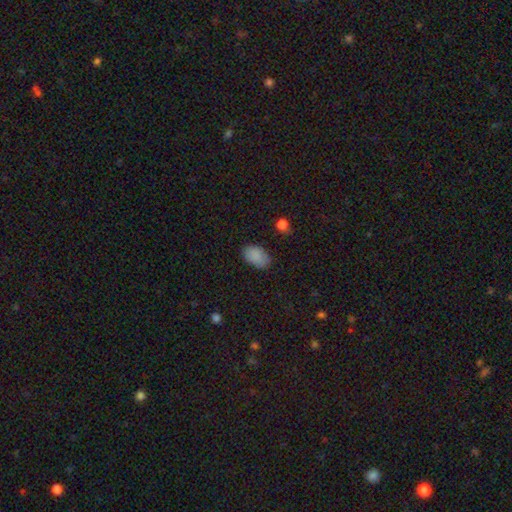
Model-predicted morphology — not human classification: Smooth or featured?
  - smooth: 86% *
  - star or artifact: 9%
  - featured or disk: 4%
How rounded?
  - in between: 91% *
  - round: 8%
  - cigar-shaped: 1%
Merging?
  - none: 80% *
  - minor disturbance: 15%
  - major disturbance: 3%
  - merger: 1%